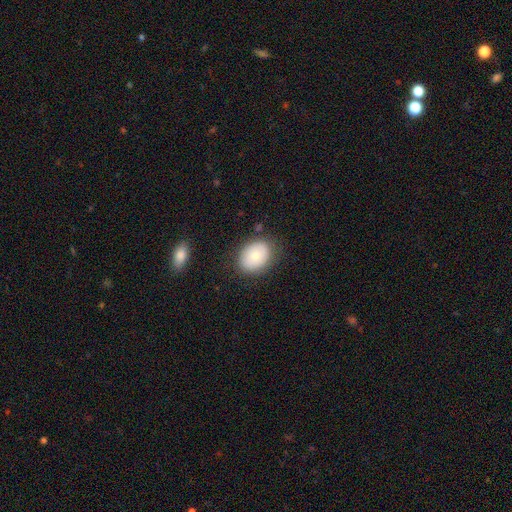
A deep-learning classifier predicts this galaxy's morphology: Smooth or featured?
  - smooth: 74% *
  - featured or disk: 19%
  - star or artifact: 8%
How rounded?
  - in between: 62% *
  - round: 37%
  - cigar-shaped: 1%
Merging?
  - none: 82% *
  - minor disturbance: 13%
  - major disturbance: 4%
  - merger: 2%